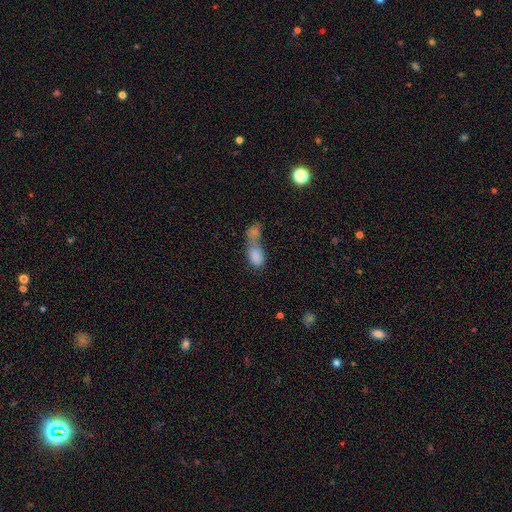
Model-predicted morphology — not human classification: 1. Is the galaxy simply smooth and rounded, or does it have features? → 80% smooth, 12% featured or disk, 9% star or artifact.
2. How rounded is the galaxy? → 82% in between, 13% round, 5% cigar-shaped.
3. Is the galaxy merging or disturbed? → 73% merger, 13% none, 8% major disturbance, 7% minor disturbance.